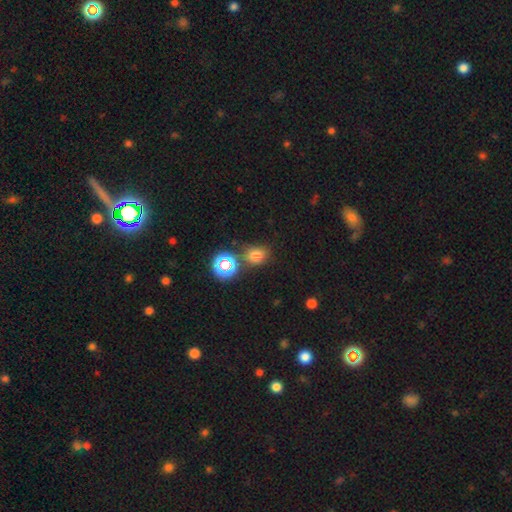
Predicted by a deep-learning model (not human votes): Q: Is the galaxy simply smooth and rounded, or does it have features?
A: smooth — 69%.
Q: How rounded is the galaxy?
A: round — 57%.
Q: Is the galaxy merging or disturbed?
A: none — 70%.